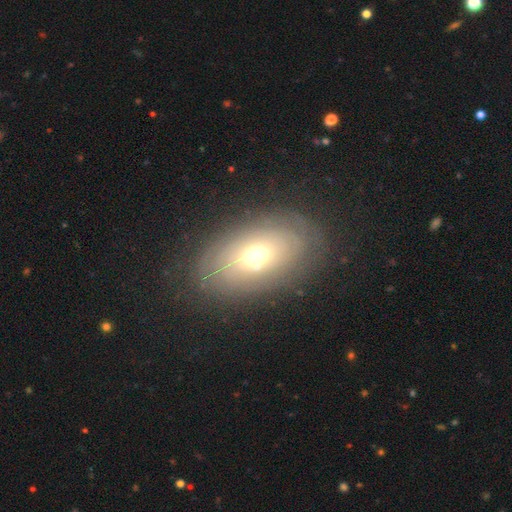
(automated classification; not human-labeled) Q: Smooth or featured?
A: featured or disk (52%); runner-up: smooth (38%)
Q: Edge-on disk?
A: no (89%); runner-up: yes (11%)
Q: Merging?
A: none (82%); runner-up: minor disturbance (12%)